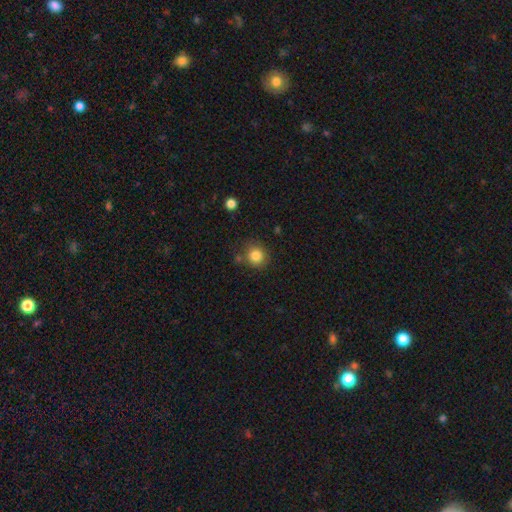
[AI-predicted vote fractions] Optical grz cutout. It shows a smooth galaxy with no disk features (84%) that is round (88%). Merging: none (78%).